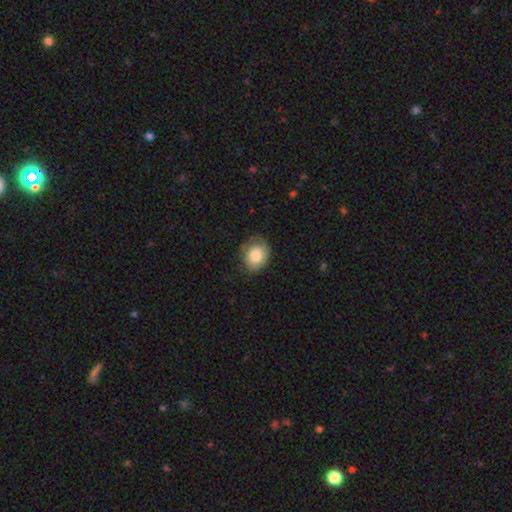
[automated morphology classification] Smooth or featured?
  - smooth: 78% *
  - featured or disk: 15%
  - star or artifact: 7%
How rounded?
  - round: 55% *
  - in between: 45%
  - cigar-shaped: 1%
Merging?
  - none: 63% *
  - minor disturbance: 26%
  - major disturbance: 9%
  - merger: 1%